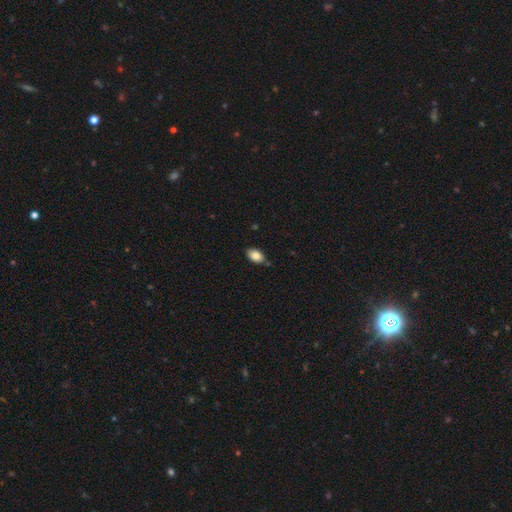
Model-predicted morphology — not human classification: Smooth or featured?
  - smooth: 82% *
  - featured or disk: 10%
  - star or artifact: 8%
How rounded?
  - in between: 89% *
  - round: 9%
  - cigar-shaped: 1%
Merging?
  - none: 81% *
  - minor disturbance: 13%
  - merger: 3%
  - major disturbance: 2%